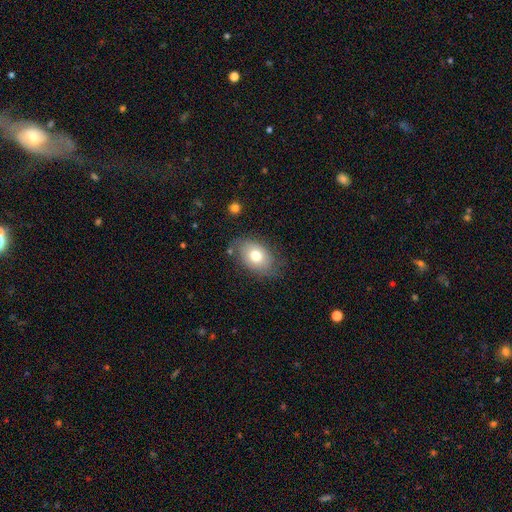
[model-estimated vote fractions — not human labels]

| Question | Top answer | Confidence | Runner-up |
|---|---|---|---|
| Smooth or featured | smooth | 71% | featured or disk (21%) |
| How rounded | in between | 79% | round (19%) |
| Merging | none | 69% | minor disturbance (22%) |